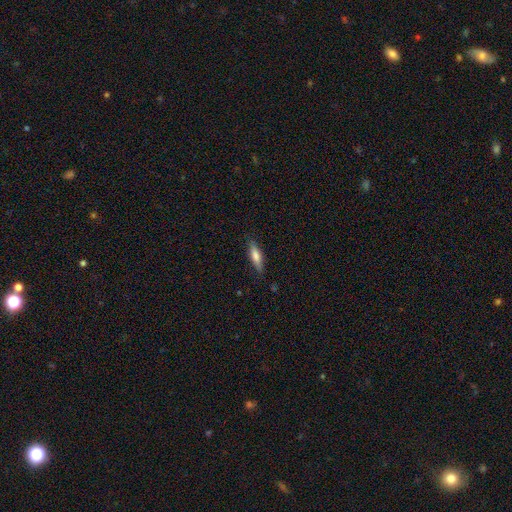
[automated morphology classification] This appears to be a smooth galaxy with no disk features (69%) that is cigar-shaped (65%). Merging: none (84%).